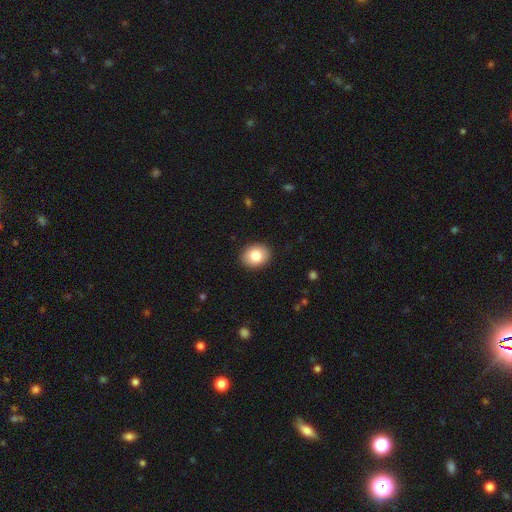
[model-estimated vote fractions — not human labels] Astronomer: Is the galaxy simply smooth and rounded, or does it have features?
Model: smooth — 84%.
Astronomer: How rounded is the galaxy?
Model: in between — 53% (runner-up: round, 46%).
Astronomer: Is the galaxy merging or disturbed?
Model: none — 90%.